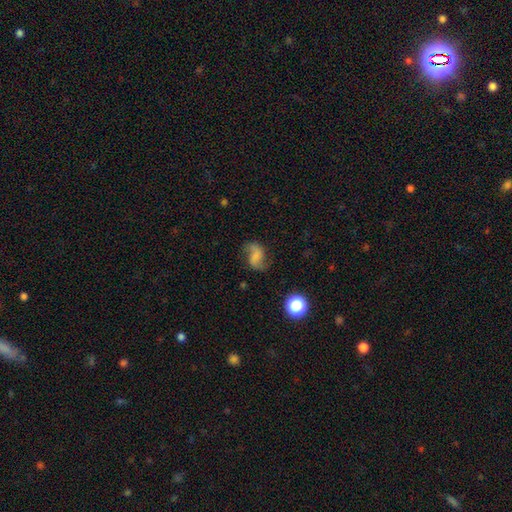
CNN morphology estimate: type=featured or disk (58%); edge-on=no (98%); bar=no (42%); spiral arms=yes (91%); winding=loose (71%); arm count=2 (90%); bulge=none (60%); merging=none (66%).